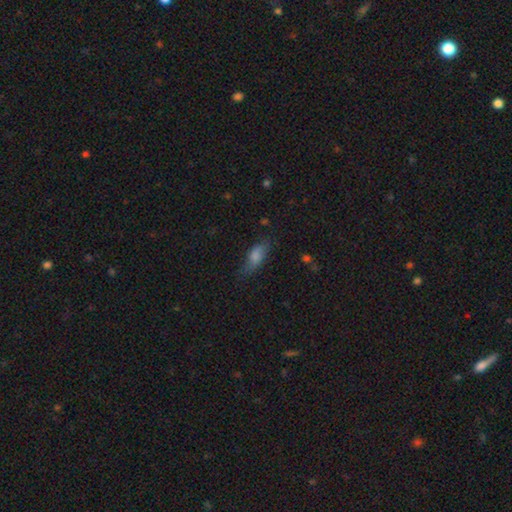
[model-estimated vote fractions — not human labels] Q: Smooth or featured?
A: smooth (70%); runner-up: featured or disk (20%)
Q: How rounded?
A: in between (63%); runner-up: cigar-shaped (34%)
Q: Merging?
A: none (71%); runner-up: minor disturbance (21%)